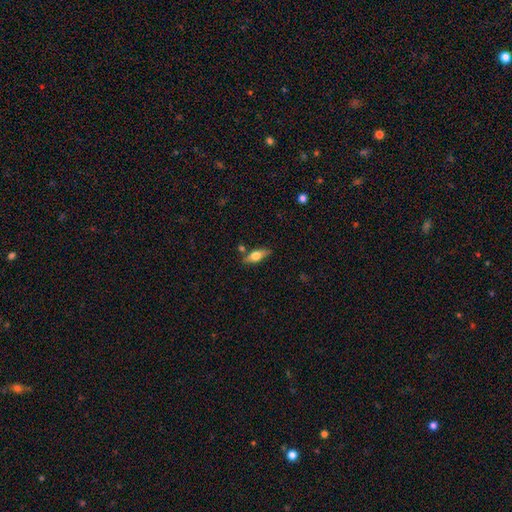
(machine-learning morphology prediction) Smooth or featured? Predicted: smooth (p=0.58). How rounded? Predicted: in between (p=0.67). Merging? Predicted: none (p=0.79).